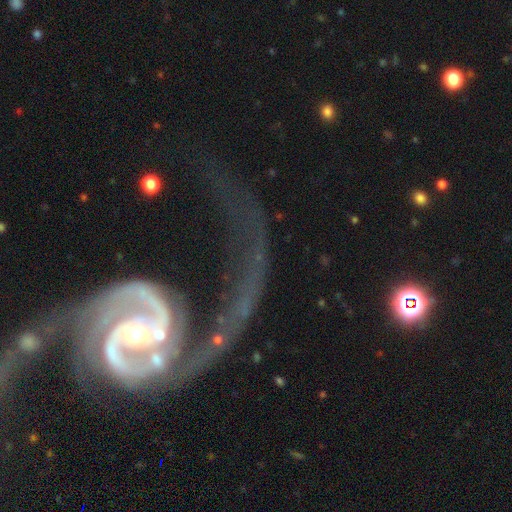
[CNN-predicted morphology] smooth_or_featured: featured or disk (p=0.91) [alt: star or artifact p=0.05]
disk_edge_on: no (p=0.97) [alt: yes p=0.03]
bar: no (p=0.38) [alt: weak p=0.37]
has_spiral_arms: yes (p=0.97) [alt: no p=0.03]
spiral_winding: medium (p=0.45) [alt: loose p=0.28]
spiral_arm_count: 2 (p=0.88) [alt: can't tell p=0.03]
bulge_size: small (p=0.60) [alt: moderate p=0.34]
merging: none (p=0.35) [alt: major disturbance p=0.27]